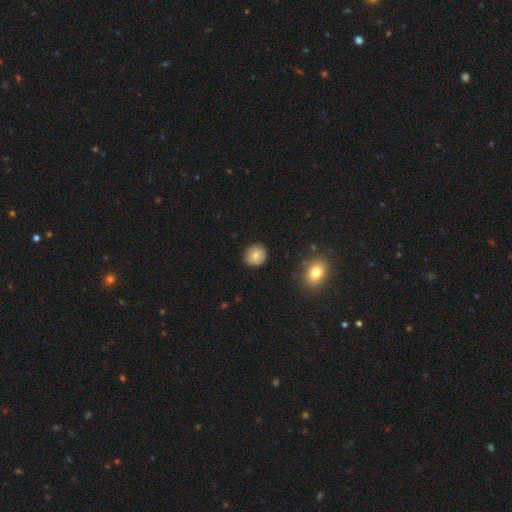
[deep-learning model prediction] Smooth or featured? Predicted: smooth (p=0.83). How rounded? Predicted: round (p=0.87). Merging? Predicted: none (p=0.90).